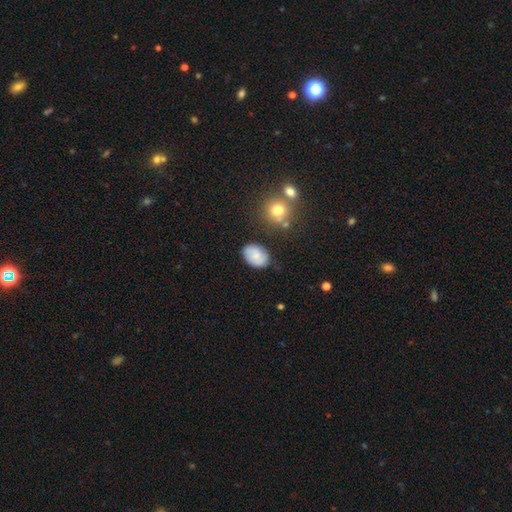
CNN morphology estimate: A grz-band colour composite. It shows a smooth galaxy with no disk features (70%) that is in between round and cigar-shaped (79%). Merging: none (75%).